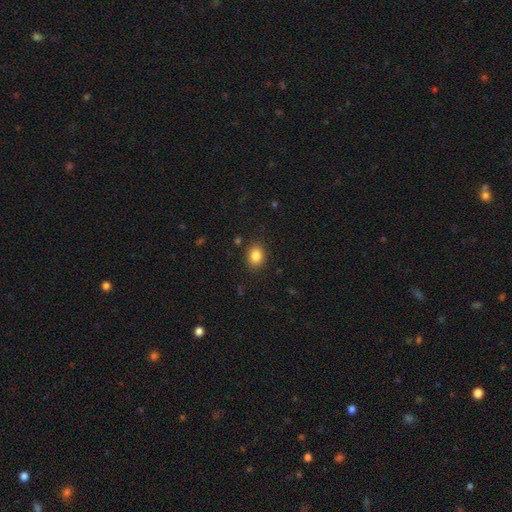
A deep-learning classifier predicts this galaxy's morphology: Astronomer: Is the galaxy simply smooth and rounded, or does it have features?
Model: smooth — 85%.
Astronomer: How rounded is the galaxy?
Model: in between — 54% (runner-up: round, 45%).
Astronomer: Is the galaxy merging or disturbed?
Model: none — 87%.